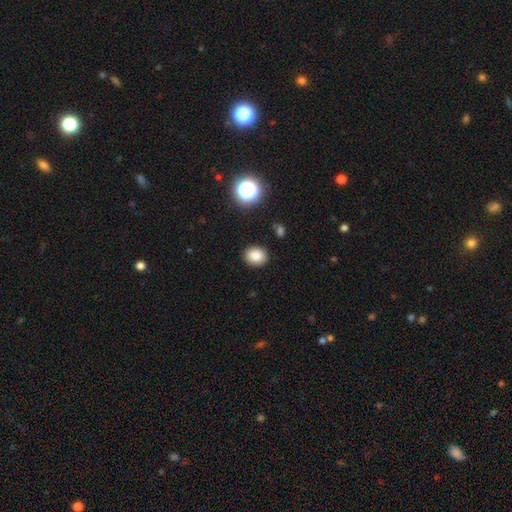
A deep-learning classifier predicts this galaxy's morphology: The model was most divided on "how rounded": in between: 52%, round: 47%, cigar-shaped: 1%. More confident: merging — none (89%); smooth or featured — smooth (84%).